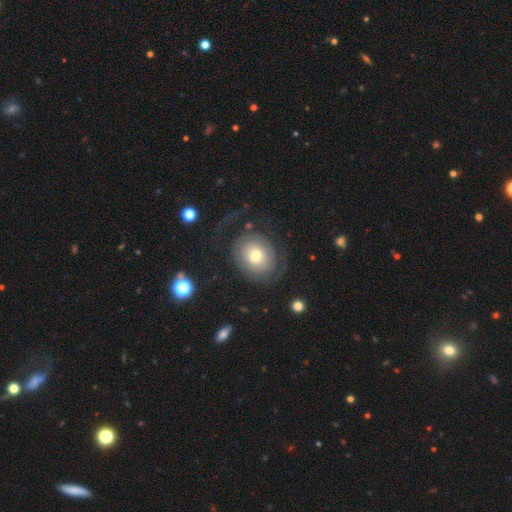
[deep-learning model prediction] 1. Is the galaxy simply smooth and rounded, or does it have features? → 52% featured or disk, 39% smooth, 9% star or artifact.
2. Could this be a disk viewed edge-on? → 96% no, 4% yes.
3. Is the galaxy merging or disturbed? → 58% none, 25% major disturbance, 15% minor disturbance, 2% merger.